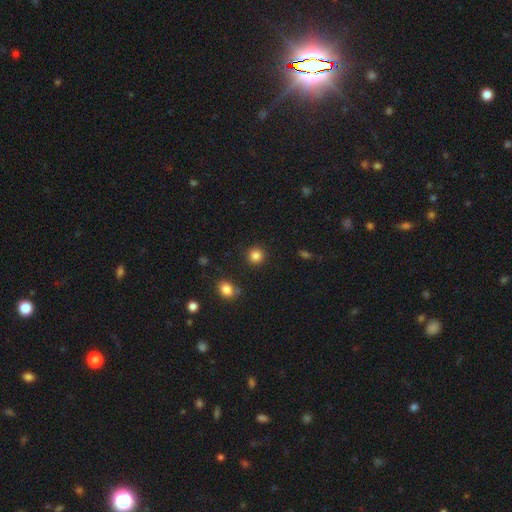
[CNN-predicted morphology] Smooth or featured: smooth — 85% (star or artifact — 11%)
How rounded: round — 93% (in between — 6%)
Merging: none — 90% (minor disturbance — 5%)